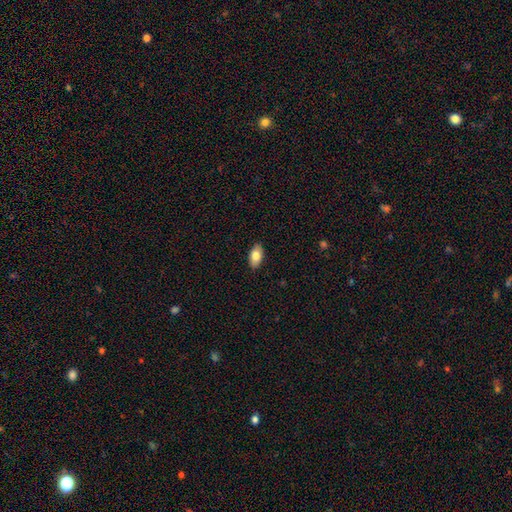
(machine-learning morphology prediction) A smooth galaxy with no disk features (81%) that is in between round and cigar-shaped (93%). Merging: none (88%).